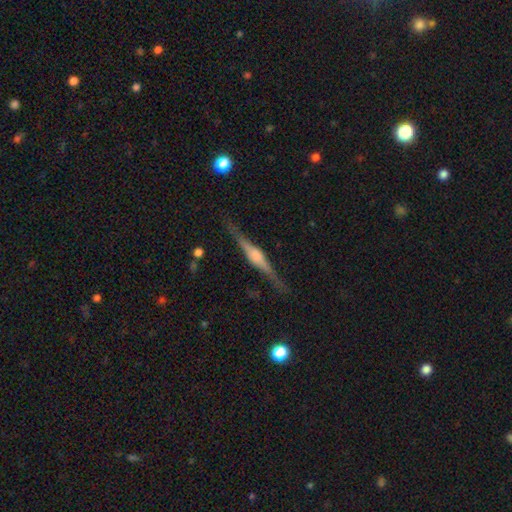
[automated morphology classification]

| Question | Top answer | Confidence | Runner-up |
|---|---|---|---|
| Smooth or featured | featured or disk | 79% | smooth (15%) |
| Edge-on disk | yes | 98% | no (2%) |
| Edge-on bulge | rounded | 80% | boxy (15%) |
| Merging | none | 85% | minor disturbance (11%) |